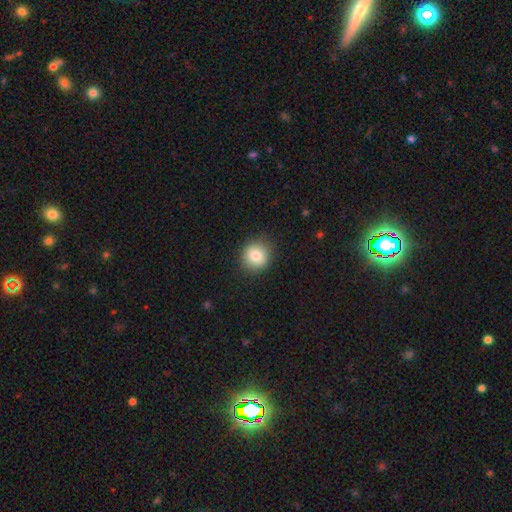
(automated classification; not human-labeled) smooth-or-featured: smooth: 84% | star or artifact: 9% | featured or disk: 7%
  how-rounded: round: 87% | in between: 12% | cigar-shaped: 1%
  merging: none: 88% | minor disturbance: 9% | major disturbance: 2% | merger: 1%